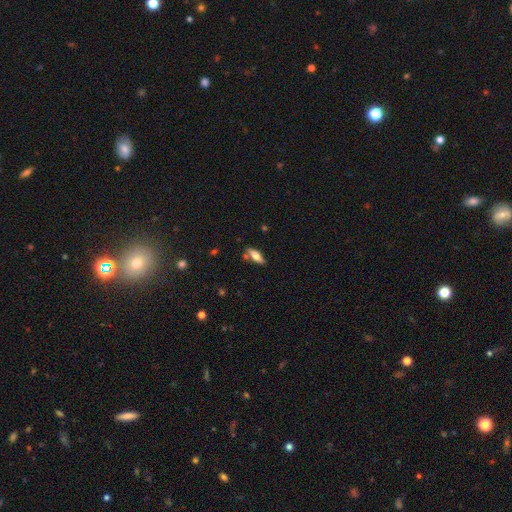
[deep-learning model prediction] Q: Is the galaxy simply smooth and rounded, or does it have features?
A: smooth — 57%.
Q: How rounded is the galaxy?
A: in between — 62%.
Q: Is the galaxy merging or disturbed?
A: none — 76%.